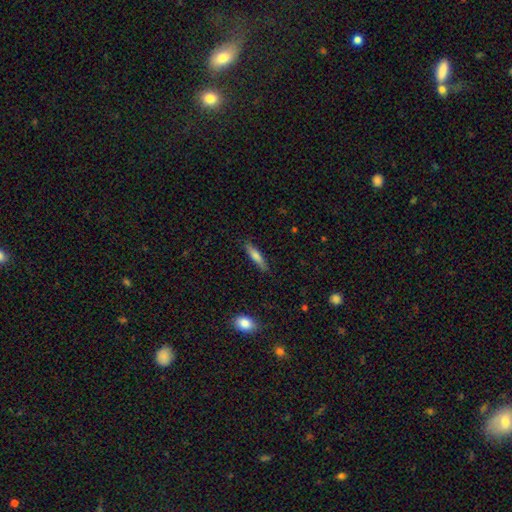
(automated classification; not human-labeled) smooth 72%, featured or disk 22%, star or artifact 7%. Down the decision tree: how rounded — cigar-shaped (83%); merging — none (86%).